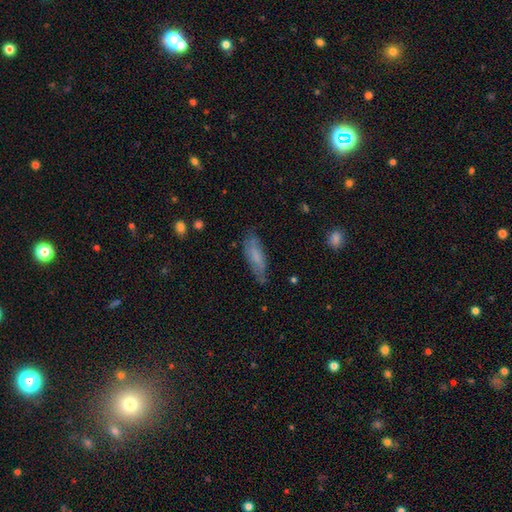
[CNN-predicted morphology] Q: Smooth or featured?
A: smooth (66%); runner-up: featured or disk (27%)
Q: How rounded?
A: in between (51%); runner-up: cigar-shaped (47%)
Q: Merging?
A: none (69%); runner-up: minor disturbance (23%)